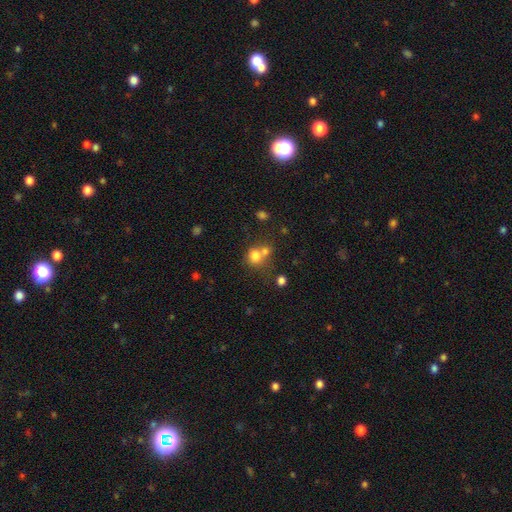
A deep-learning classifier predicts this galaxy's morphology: A smooth galaxy with no disk features (76%) that is round (80%).

Vote fractions:
- Smooth or featured? smooth: 76% / star or artifact: 13% / featured or disk: 11%
- How rounded? round: 80% / in between: 19% / cigar-shaped: 1%
- Merging? merger: 45% / none: 42% / minor disturbance: 9% / major disturbance: 5%